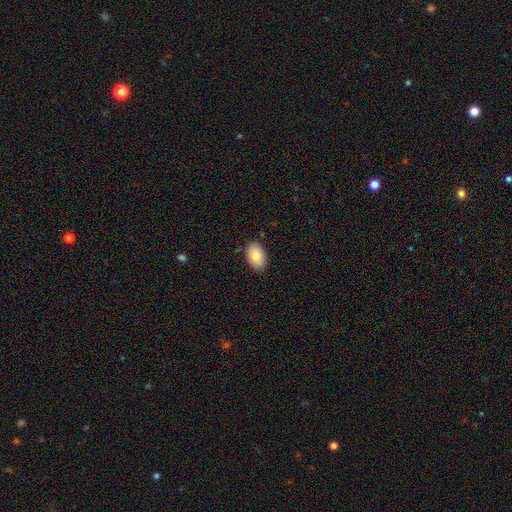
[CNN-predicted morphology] Smooth or featured? Predicted: smooth (p=0.83). How rounded? Predicted: in between (p=0.90). Merging? Predicted: none (p=0.87).